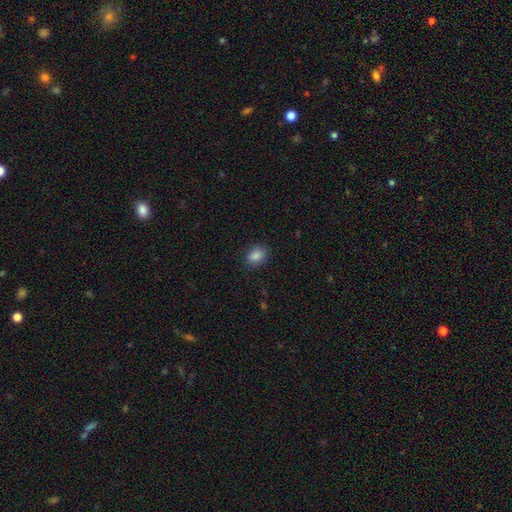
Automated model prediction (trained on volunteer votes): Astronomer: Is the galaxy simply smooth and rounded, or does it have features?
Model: smooth — 86%.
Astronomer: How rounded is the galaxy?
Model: in between — 68%.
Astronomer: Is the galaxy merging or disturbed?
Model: none — 86%.